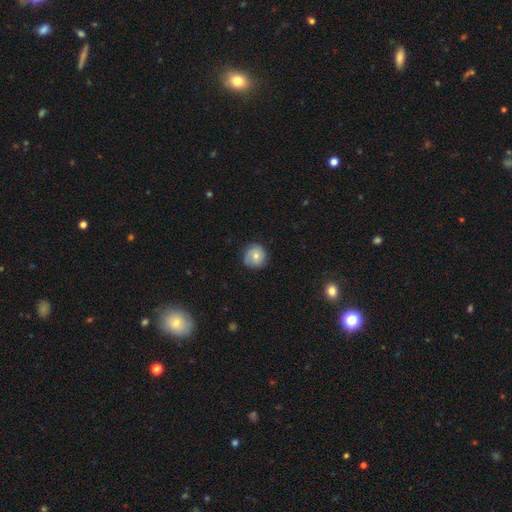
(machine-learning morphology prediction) type=smooth (66%); roundness=round (92%); merging=none (77%).